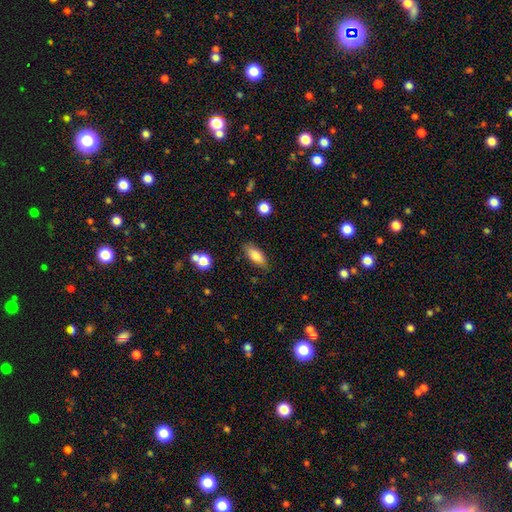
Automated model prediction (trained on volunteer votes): A smooth galaxy with no disk features (81%) that is in between round and cigar-shaped (81%).

Vote fractions:
- Smooth or featured? smooth: 81% / featured or disk: 12% / star or artifact: 8%
- How rounded? in between: 81% / cigar-shaped: 16% / round: 3%
- Merging? none: 80% / minor disturbance: 15% / major disturbance: 3% / merger: 2%